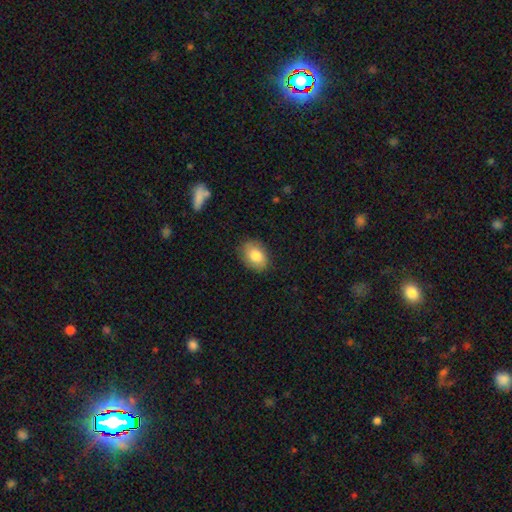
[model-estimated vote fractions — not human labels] smooth-or-featured: smooth: 81% | featured or disk: 11% | star or artifact: 8%
  how-rounded: in between: 78% | round: 21% | cigar-shaped: 1%
  merging: none: 85% | minor disturbance: 11% | major disturbance: 3% | merger: 1%